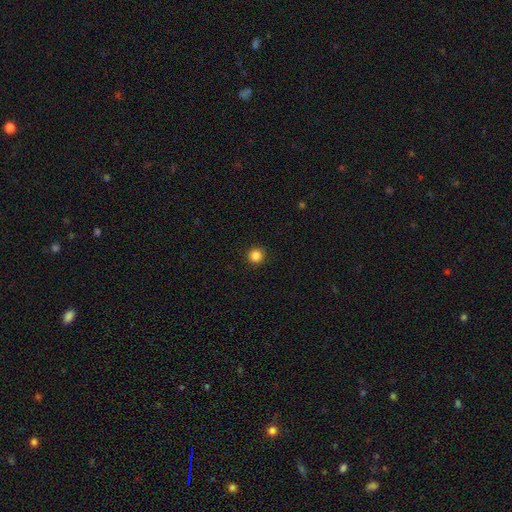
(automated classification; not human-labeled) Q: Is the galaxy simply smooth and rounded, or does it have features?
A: smooth — 85%.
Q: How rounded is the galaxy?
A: round — 94%.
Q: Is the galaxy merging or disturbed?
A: none — 93%.